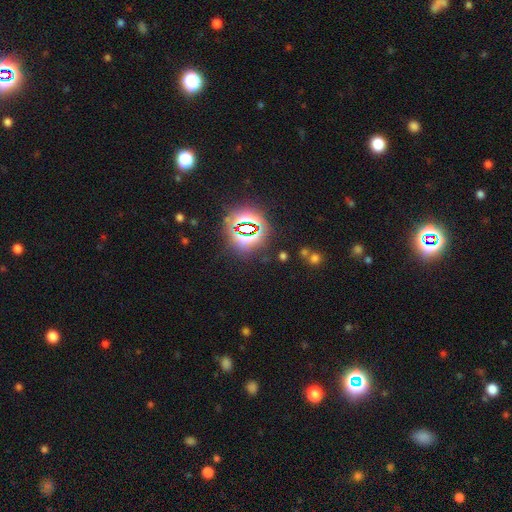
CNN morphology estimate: smooth-or-featured: star or artifact: 68% | smooth: 23% | featured or disk: 9%